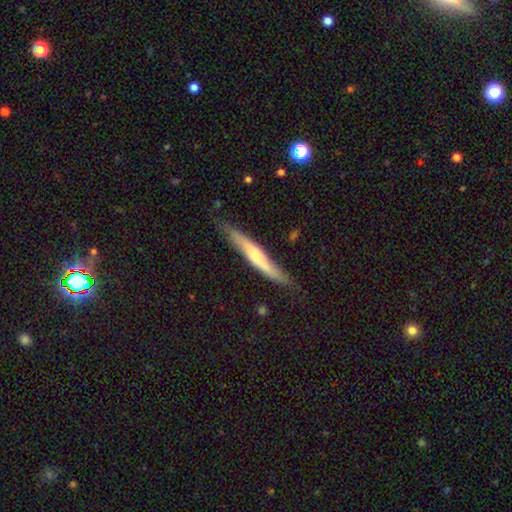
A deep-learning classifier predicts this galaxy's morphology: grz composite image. It shows a featured or disk galaxy (48%). Merging: none (78%).